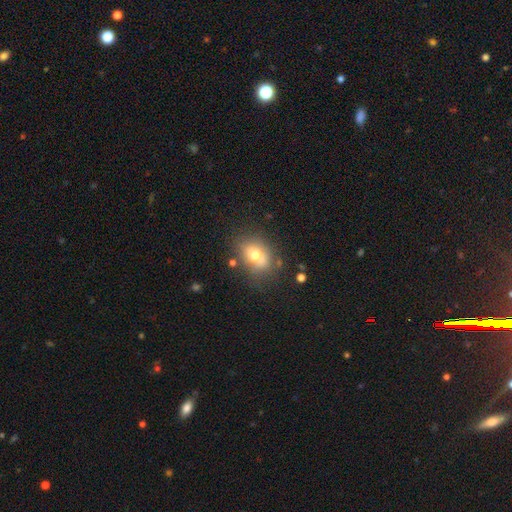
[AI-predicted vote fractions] Smooth or featured? Predicted: smooth (p=0.68). How rounded? Predicted: in between (p=0.64). Merging? Predicted: none (p=0.70).